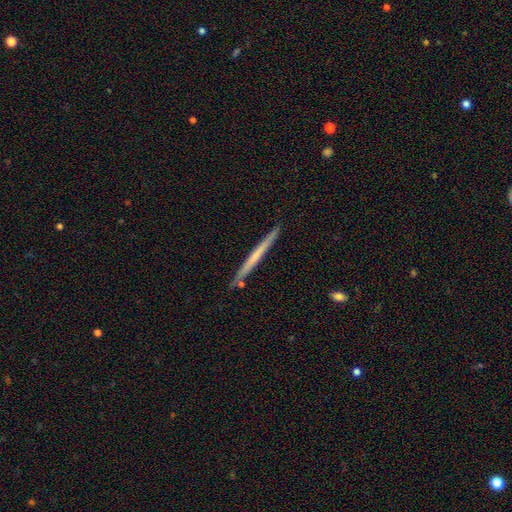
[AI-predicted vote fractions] A featured or disk galaxy (52%) viewed edge-on (97%) with no central bulge (76%). Merging: none (89%).